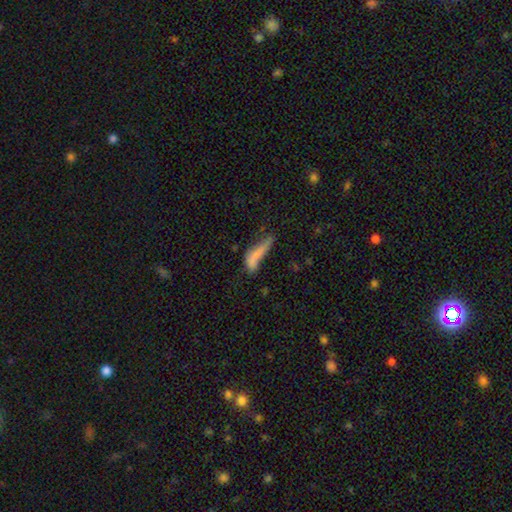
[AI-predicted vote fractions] Morphology: type=smooth (70%); roundness=cigar-shaped (65%); merging=none (31%).